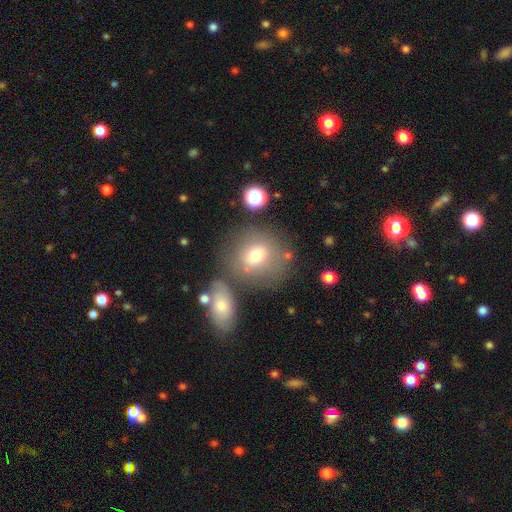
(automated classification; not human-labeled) smooth 70%, featured or disk 17%, star or artifact 13%. Down the decision tree: how rounded — round (76%); merging — none (65%).